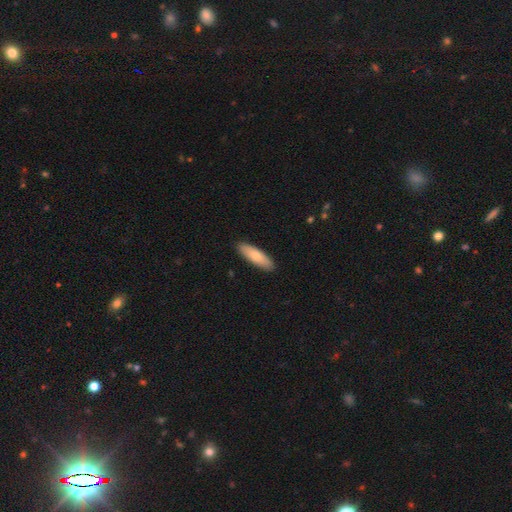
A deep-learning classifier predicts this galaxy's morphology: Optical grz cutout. It shows a smooth galaxy with no disk features (77%) that is in between round and cigar-shaped (50%). Merging: none (90%).